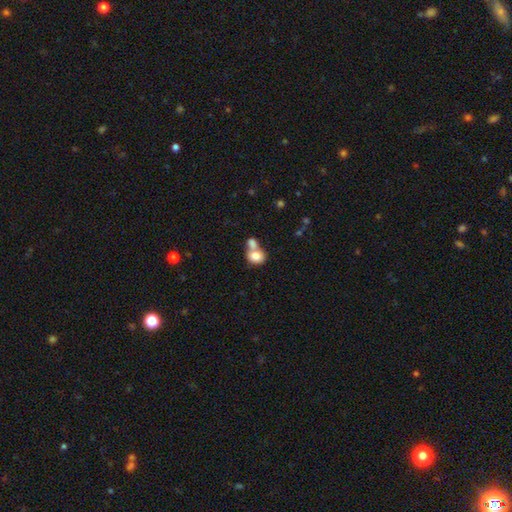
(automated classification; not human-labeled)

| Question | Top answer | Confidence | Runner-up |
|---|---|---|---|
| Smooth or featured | smooth | 79% | featured or disk (12%) |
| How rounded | in between | 54% | round (45%) |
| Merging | merger | 61% | none (27%) |